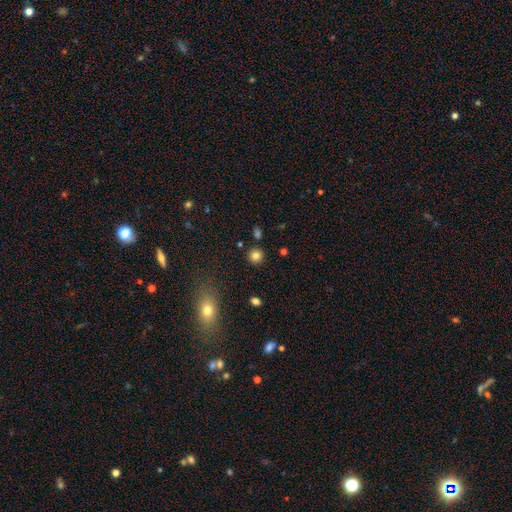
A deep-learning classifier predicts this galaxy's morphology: smooth-or-featured: smooth: 81% | star or artifact: 12% | featured or disk: 7%
  how-rounded: round: 92% | in between: 7% | cigar-shaped: 1%
  merging: none: 88% | minor disturbance: 7% | merger: 3% | major disturbance: 2%